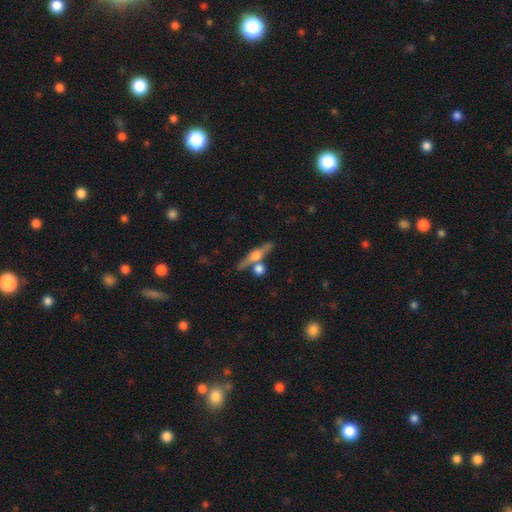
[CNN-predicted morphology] Q: Smooth or featured?
A: featured or disk (63%); runner-up: smooth (29%)
Q: Edge-on disk?
A: yes (94%); runner-up: no (6%)
Q: Edge-on bulge?
A: rounded (92%); runner-up: boxy (5%)
Q: Merging?
A: none (69%); runner-up: merger (17%)